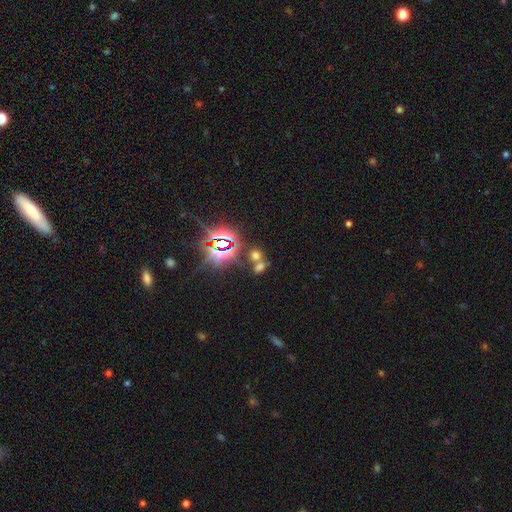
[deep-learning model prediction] smooth_or_featured: smooth (p=0.47) [alt: star or artifact p=0.42]
merging: none (p=0.44) [tied with: merger p=0.44]